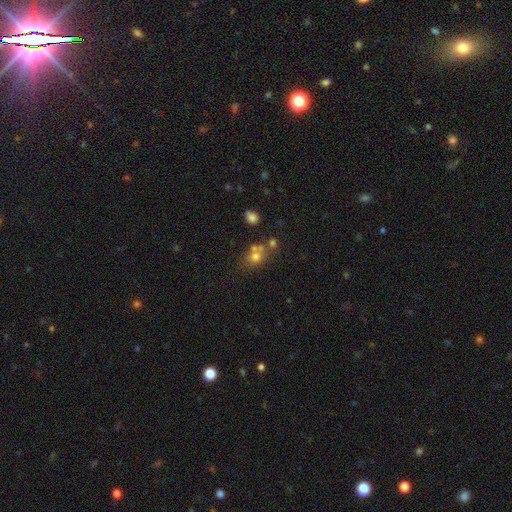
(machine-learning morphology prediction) Smooth or featured? smooth (66%)
How rounded? round (62%)
Merging? none (48%)